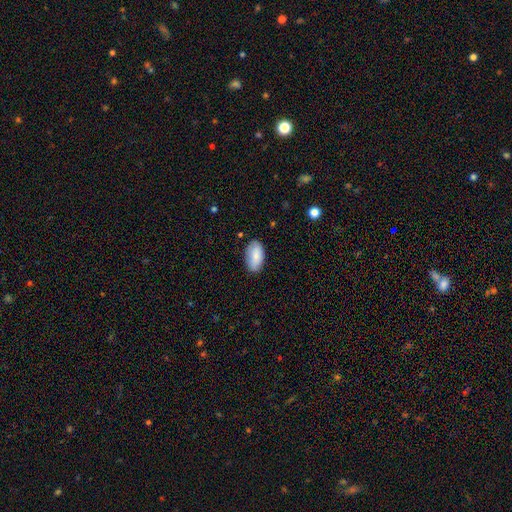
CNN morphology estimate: smooth-or-featured: smooth: 83% | featured or disk: 11% | star or artifact: 6%
  how-rounded: in between: 94% | cigar-shaped: 3% | round: 3%
  merging: none: 83% | minor disturbance: 14% | major disturbance: 2% | merger: 1%